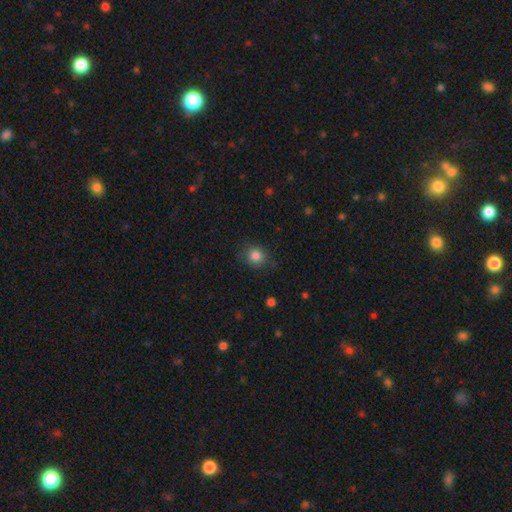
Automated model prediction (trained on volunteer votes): A smooth galaxy with no disk features (83%) that is round (82%). Merging: none (80%).